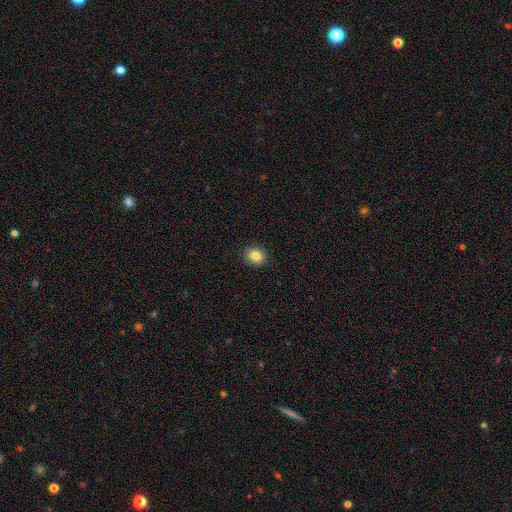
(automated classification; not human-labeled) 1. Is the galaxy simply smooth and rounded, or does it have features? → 83% smooth, 10% star or artifact, 7% featured or disk.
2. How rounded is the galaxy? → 74% round, 25% in between, 1% cigar-shaped.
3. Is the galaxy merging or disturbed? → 91% none, 6% minor disturbance, 2% major disturbance, 1% merger.